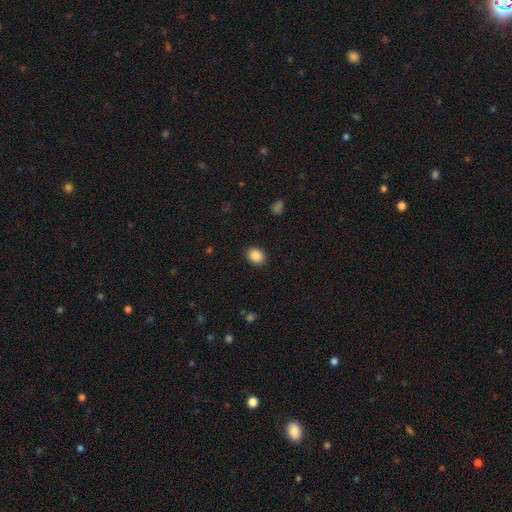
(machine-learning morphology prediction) Smooth or featured? Predicted: smooth (p=0.88). How rounded? Predicted: round (p=0.57). Merging? Predicted: none (p=0.90).